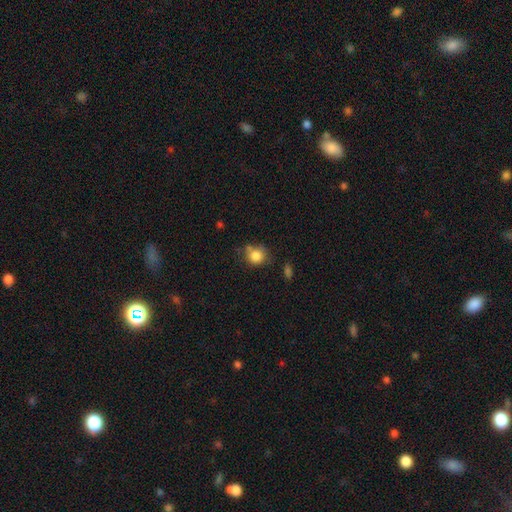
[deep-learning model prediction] Morphology: type=smooth (83%); roundness=round (82%); merging=none (60%).